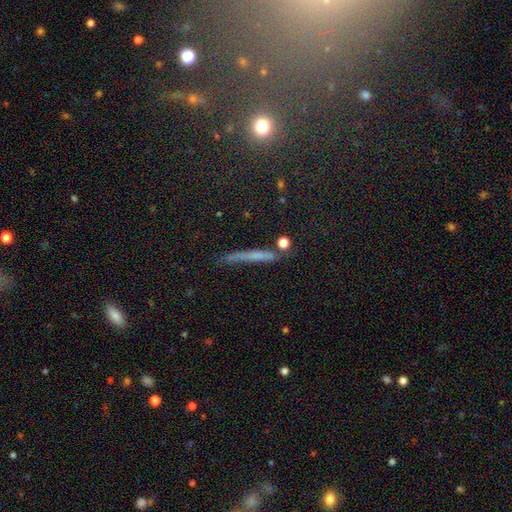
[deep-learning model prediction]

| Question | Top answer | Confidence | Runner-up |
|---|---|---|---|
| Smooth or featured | smooth | 52% | featured or disk (32%) |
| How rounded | cigar-shaped | 92% | in between (4%) |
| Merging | none | 74% | minor disturbance (18%) |